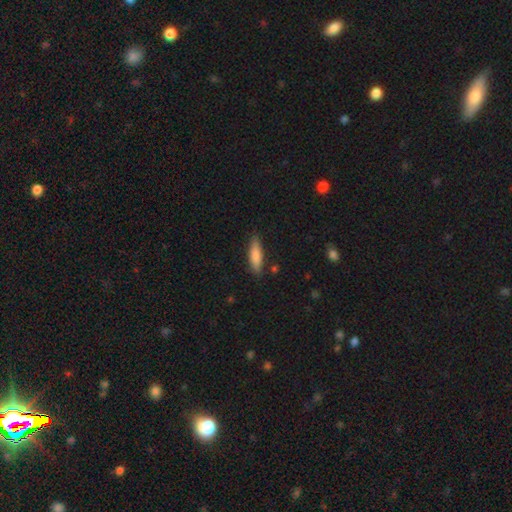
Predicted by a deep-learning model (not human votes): A smooth galaxy with no disk features (80%) that is cigar-shaped (64%).

Vote fractions:
- Smooth or featured? smooth: 80% / featured or disk: 14% / star or artifact: 6%
- How rounded? cigar-shaped: 64% / in between: 34% / round: 2%
- Merging? none: 83% / minor disturbance: 13% / major disturbance: 2% / merger: 2%